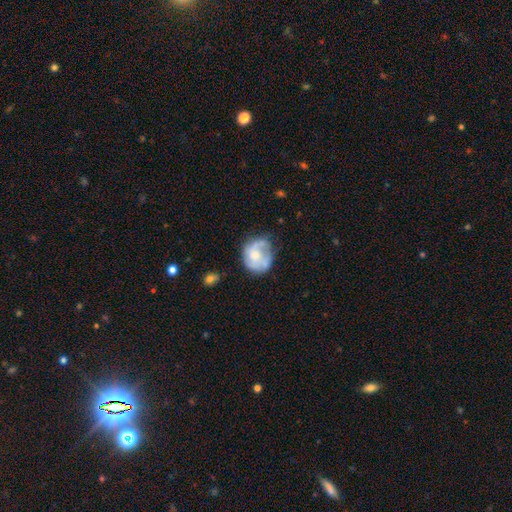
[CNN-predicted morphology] Smooth or featured? Predicted: featured or disk (p=0.53). Edge-on disk? Predicted: no (p=0.98). Bar? Predicted: no (p=0.78). Spiral arms? Predicted: no (p=0.51). Bulge size? Predicted: moderate (p=0.50). Merging? Predicted: none (p=0.48).